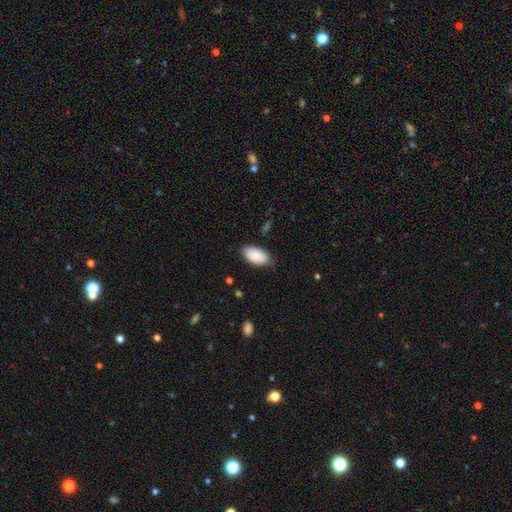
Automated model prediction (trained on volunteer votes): Q: Smooth or featured?
A: smooth (89%); runner-up: star or artifact (6%)
Q: How rounded?
A: in between (95%); runner-up: round (3%)
Q: Merging?
A: none (77%); runner-up: minor disturbance (19%)